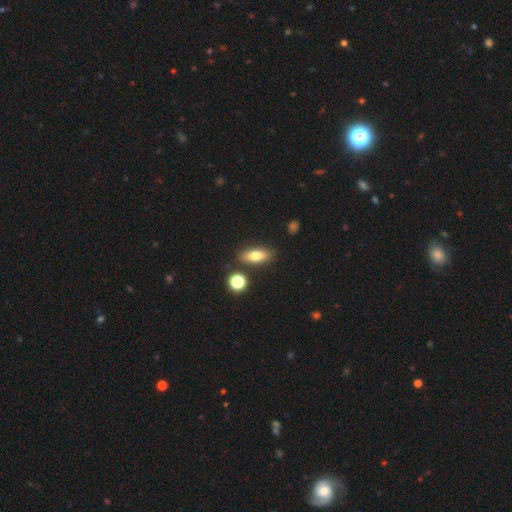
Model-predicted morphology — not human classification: A smooth galaxy with no disk features (72%) that is in between round and cigar-shaped (69%). Merging: none (83%).